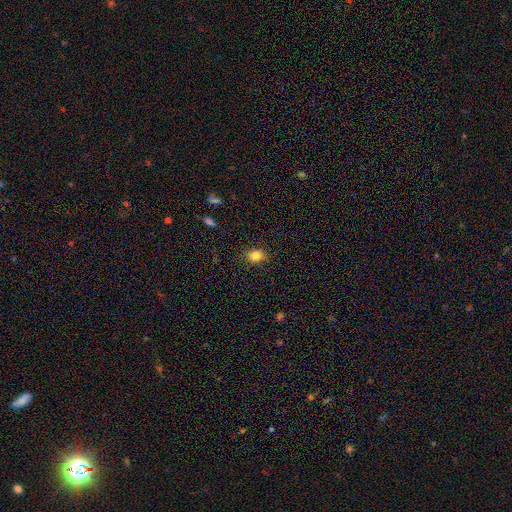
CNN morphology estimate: Smooth or featured? smooth (83%)
How rounded? round (57%)
Merging? none (86%)